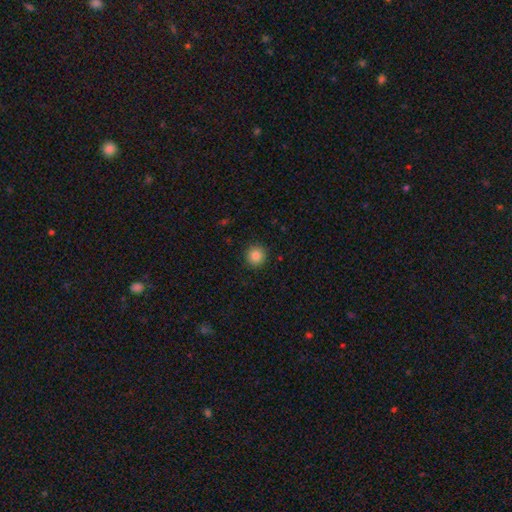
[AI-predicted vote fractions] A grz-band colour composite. It shows a smooth galaxy with no disk features (85%) that is round (94%). Merging: none (91%).